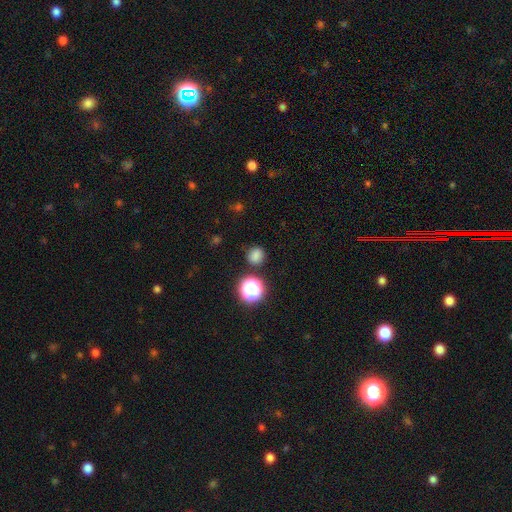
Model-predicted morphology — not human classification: type=smooth (77%); roundness=round (86%); merging=none (83%).